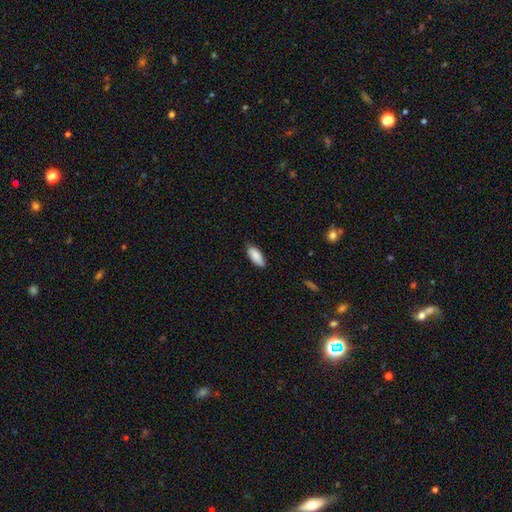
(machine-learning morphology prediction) Smooth or featured? smooth (87%)
How rounded? in between (80%)
Merging? none (80%)